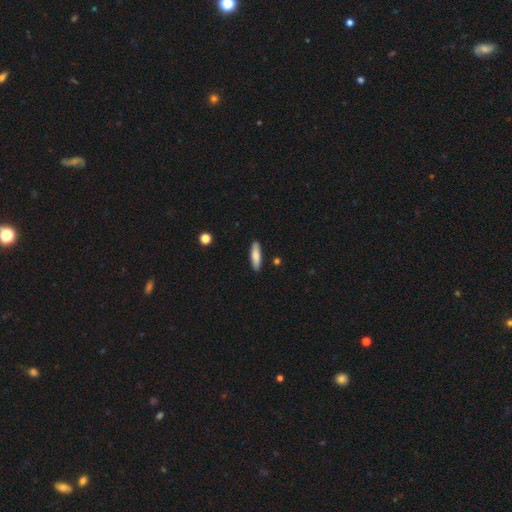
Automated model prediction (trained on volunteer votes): Morphology: type=smooth (78%); roundness=cigar-shaped (63%); merging=none (88%).